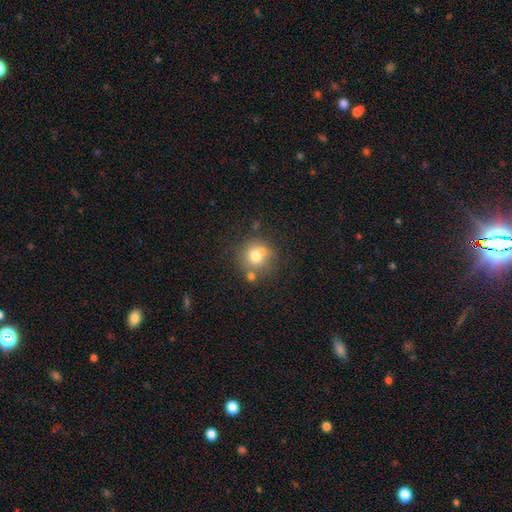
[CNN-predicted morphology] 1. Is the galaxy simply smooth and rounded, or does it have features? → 71% smooth, 17% featured or disk, 12% star or artifact.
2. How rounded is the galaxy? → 89% round, 10% in between, 1% cigar-shaped.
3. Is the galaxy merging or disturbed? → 60% none, 21% merger, 13% minor disturbance, 5% major disturbance.